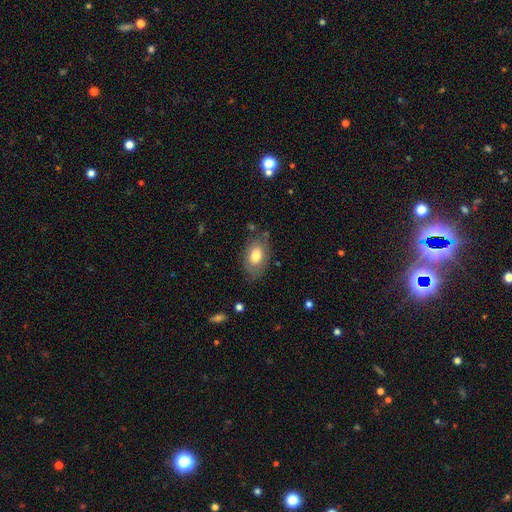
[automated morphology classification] Overall: smooth (71%). How rounded: in between (89%). Merging: none (73%).